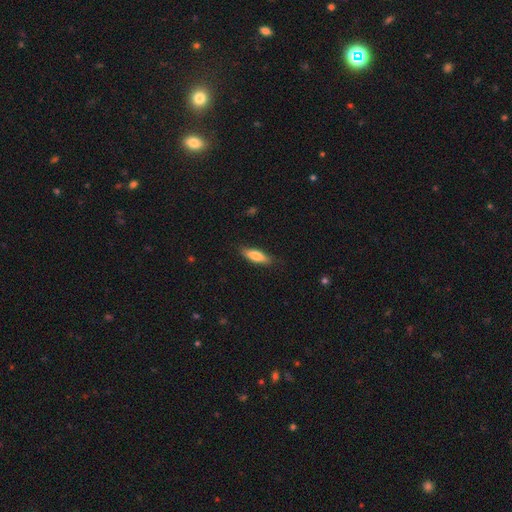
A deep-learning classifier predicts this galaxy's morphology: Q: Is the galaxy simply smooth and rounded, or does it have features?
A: smooth — 81%.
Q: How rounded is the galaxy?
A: cigar-shaped — 50%.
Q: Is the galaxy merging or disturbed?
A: none — 84%.